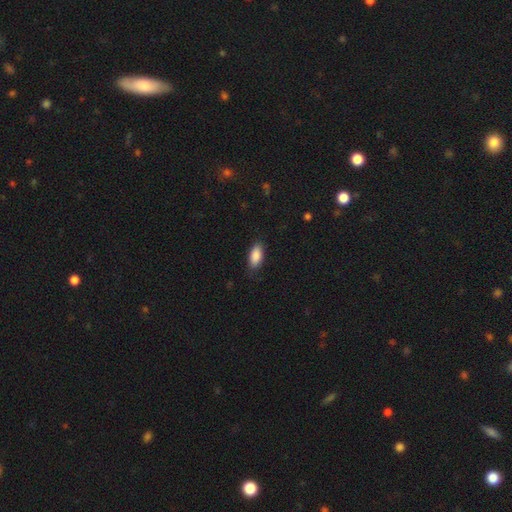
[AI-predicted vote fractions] Smooth or featured?
  - smooth: 89% *
  - star or artifact: 7%
  - featured or disk: 5%
How rounded?
  - in between: 90% *
  - cigar-shaped: 8%
  - round: 3%
Merging?
  - none: 82% *
  - minor disturbance: 14%
  - major disturbance: 3%
  - merger: 1%